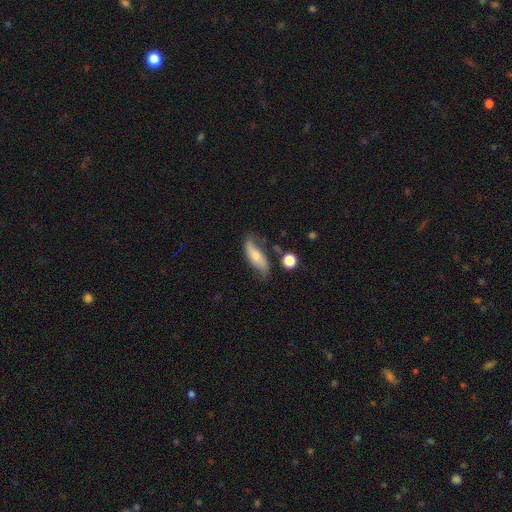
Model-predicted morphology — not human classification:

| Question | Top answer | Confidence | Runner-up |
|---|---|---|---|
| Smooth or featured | smooth | 53% | featured or disk (39%) |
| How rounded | in between | 66% | cigar-shaped (31%) |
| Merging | none | 59% | minor disturbance (28%) |